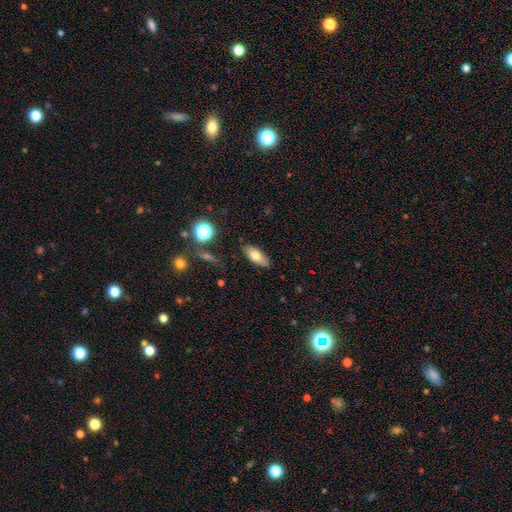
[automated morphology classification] Smooth or featured?
  - smooth: 74% *
  - featured or disk: 18%
  - star or artifact: 9%
How rounded?
  - in between: 79% *
  - cigar-shaped: 17%
  - round: 3%
Merging?
  - none: 84% *
  - minor disturbance: 12%
  - major disturbance: 3%
  - merger: 2%